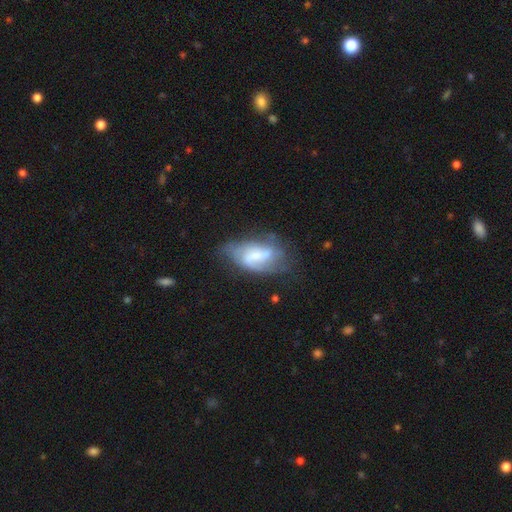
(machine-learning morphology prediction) type=featured or disk (69%); edge-on=no (96%); bar=weak (47%); spiral arms=yes (83%); winding=medium (44%); arm count=2 (53%); bulge=small (52%); merging=none (49%).